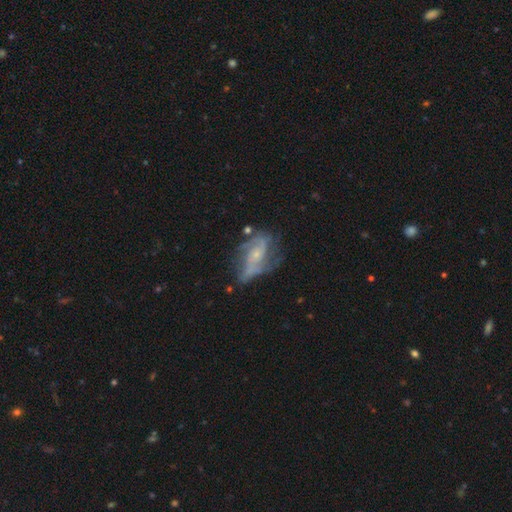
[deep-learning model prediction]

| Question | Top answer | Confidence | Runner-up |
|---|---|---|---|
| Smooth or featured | featured or disk | 80% | smooth (13%) |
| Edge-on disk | no | 96% | yes (4%) |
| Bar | no | 55% | weak (34%) |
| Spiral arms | yes | 87% | no (13%) |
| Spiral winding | medium | 44% | loose (33%) |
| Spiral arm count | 2 | 58% | can't tell (19%) |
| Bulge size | small | 71% | moderate (20%) |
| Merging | none | 51% | minor disturbance (25%) |